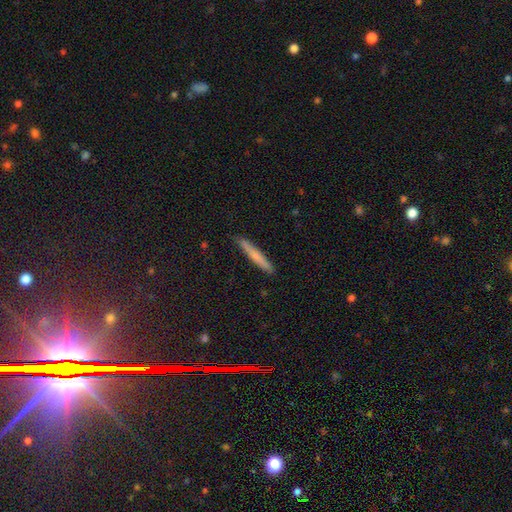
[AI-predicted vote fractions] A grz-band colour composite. It shows a smooth galaxy with no disk features (67%) that is cigar-shaped (95%). Merging: none (89%).